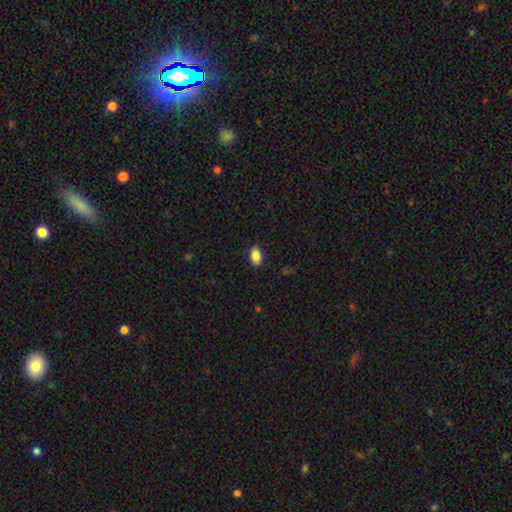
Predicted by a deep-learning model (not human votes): The model was most divided on "merging": none: 89%, minor disturbance: 8%, major disturbance: 2%, merger: 1%. More confident: how rounded — in between (91%); smooth or featured — smooth (88%).